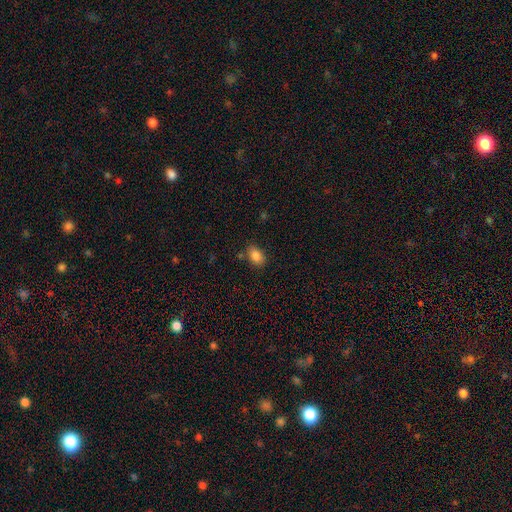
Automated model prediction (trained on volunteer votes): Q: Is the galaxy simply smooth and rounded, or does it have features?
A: smooth — 86%.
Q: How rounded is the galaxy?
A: in between — 86%.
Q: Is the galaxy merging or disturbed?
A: none — 79%.